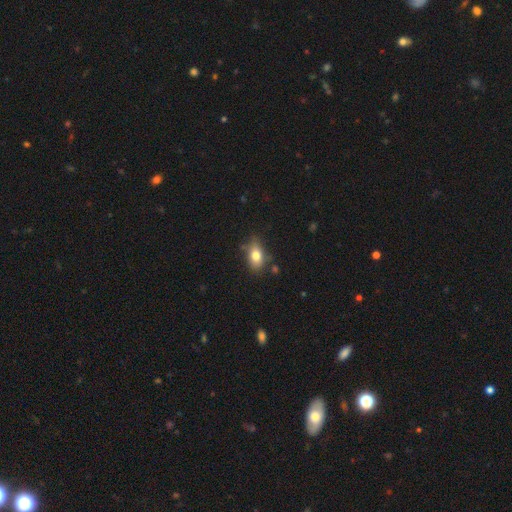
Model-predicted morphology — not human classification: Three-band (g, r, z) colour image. It shows a smooth galaxy with no disk features (78%) that is in between round and cigar-shaped (85%). Merging: none (73%).